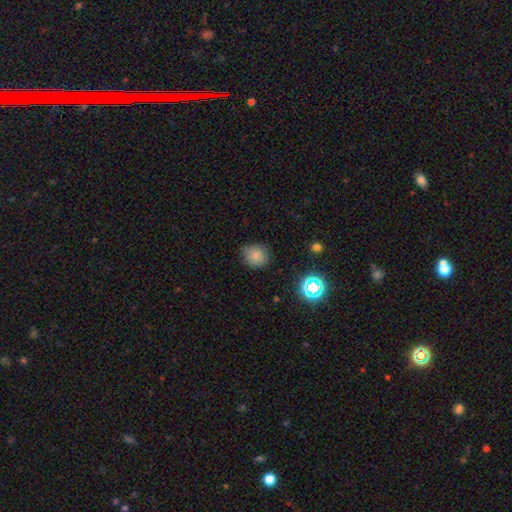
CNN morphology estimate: A smooth galaxy with no disk features (78%) that is round (81%).

Vote fractions:
- Smooth or featured? smooth: 78% / star or artifact: 15% / featured or disk: 7%
- How rounded? round: 81% / in between: 18% / cigar-shaped: 1%
- Merging? none: 69% / minor disturbance: 25% / major disturbance: 5% / merger: 2%